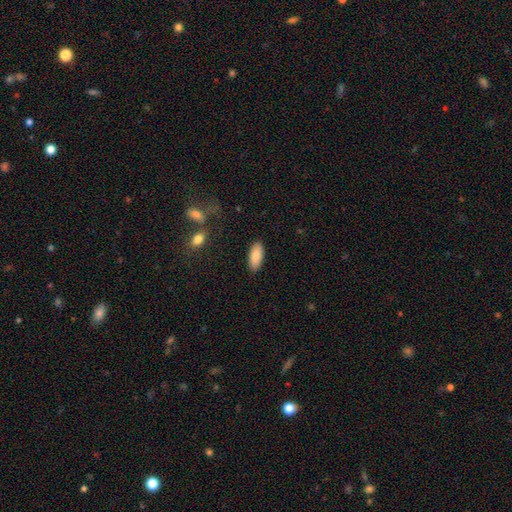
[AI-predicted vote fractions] Q: Smooth or featured?
A: smooth (86%); runner-up: featured or disk (8%)
Q: How rounded?
A: in between (86%); runner-up: cigar-shaped (12%)
Q: Merging?
A: none (88%); runner-up: minor disturbance (9%)